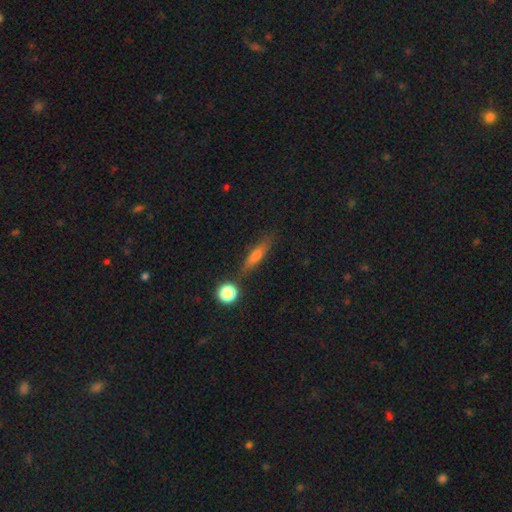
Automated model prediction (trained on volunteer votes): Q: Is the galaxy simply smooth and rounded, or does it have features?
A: smooth — 59%.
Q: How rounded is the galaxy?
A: cigar-shaped — 74%.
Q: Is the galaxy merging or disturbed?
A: none — 79%.